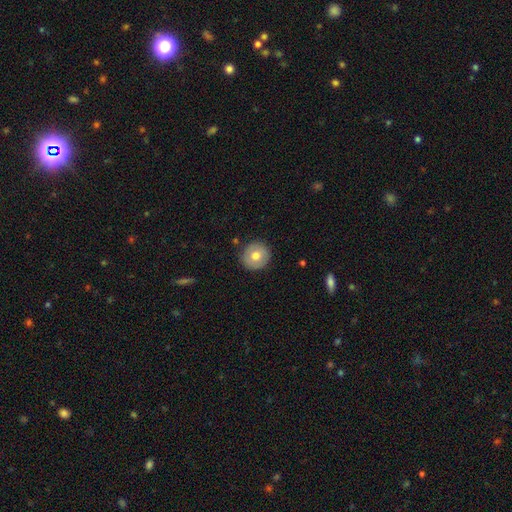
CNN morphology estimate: Overall: smooth (72%). How rounded: round (91%). Merging: none (89%).